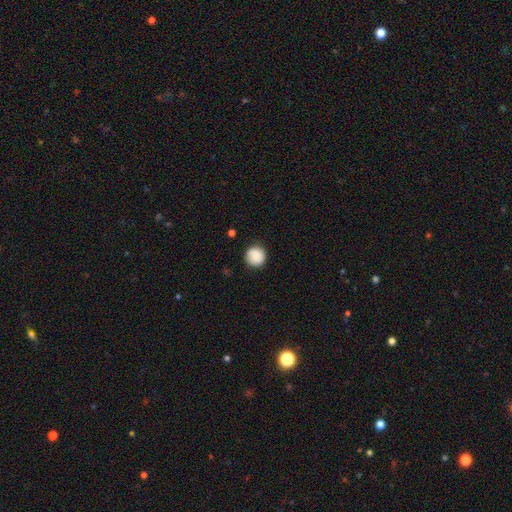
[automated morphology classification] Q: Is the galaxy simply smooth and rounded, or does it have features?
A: smooth — 86%.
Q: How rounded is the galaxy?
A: round — 93%.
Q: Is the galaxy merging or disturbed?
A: none — 85%.